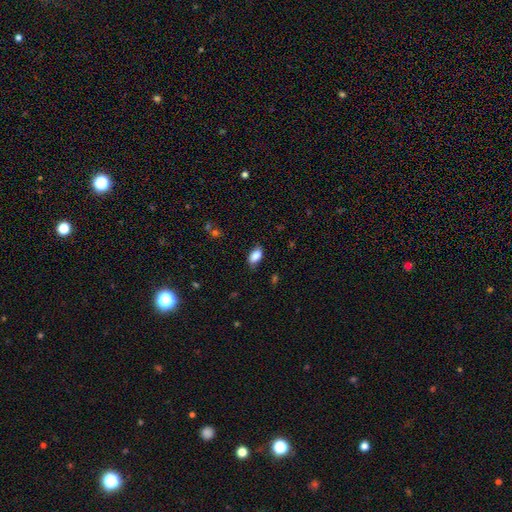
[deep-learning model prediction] Overall: smooth (85%). How rounded: in between (91%). Merging: none (74%).